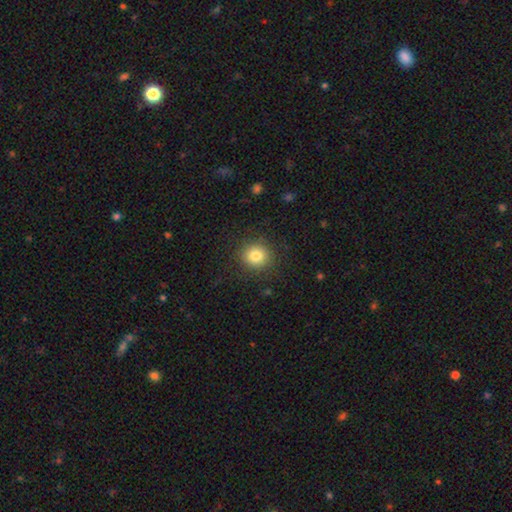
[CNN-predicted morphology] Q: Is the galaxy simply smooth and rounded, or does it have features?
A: smooth — 82%.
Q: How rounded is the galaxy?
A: round — 89%.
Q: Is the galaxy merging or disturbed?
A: none — 88%.